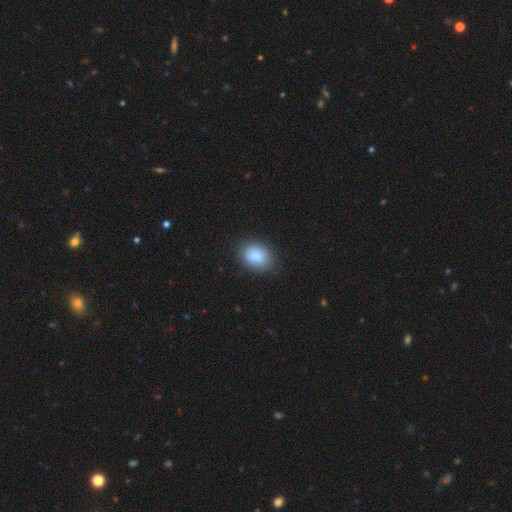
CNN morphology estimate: type=smooth (88%); roundness=in between (73%); merging=none (83%).